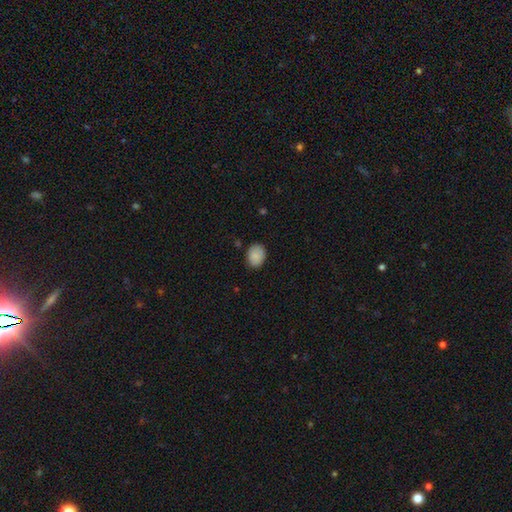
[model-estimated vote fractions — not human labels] smooth 88%, star or artifact 8%, featured or disk 4%. Down the decision tree: how rounded — in between (59%); merging — none (82%).